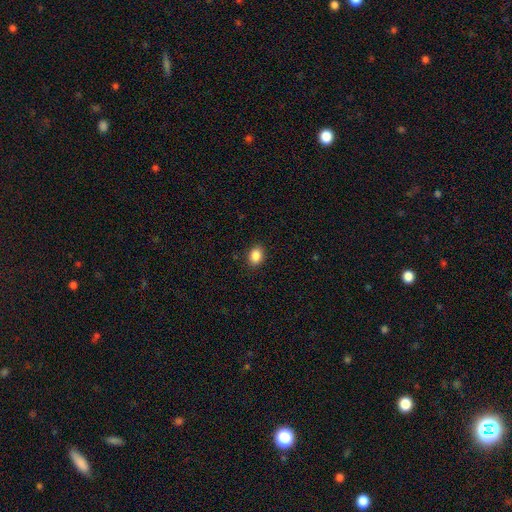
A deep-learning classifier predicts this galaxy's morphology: smooth 87%, star or artifact 9%, featured or disk 4%. Down the decision tree: how rounded — in between (62%); merging — none (89%).